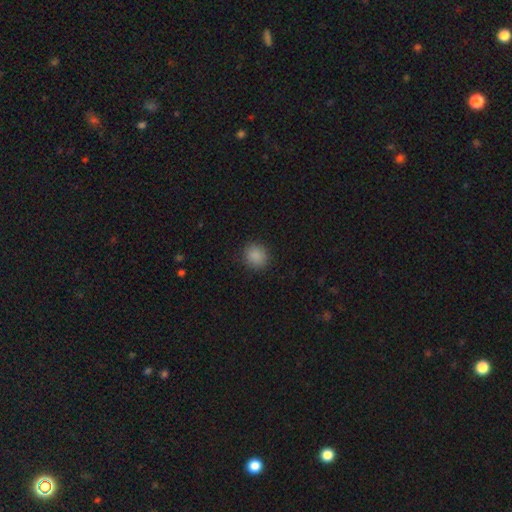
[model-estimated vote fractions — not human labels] Smooth or featured: smooth — 87% (star or artifact — 10%)
How rounded: round — 84% (in between — 15%)
Merging: none — 89% (minor disturbance — 7%)